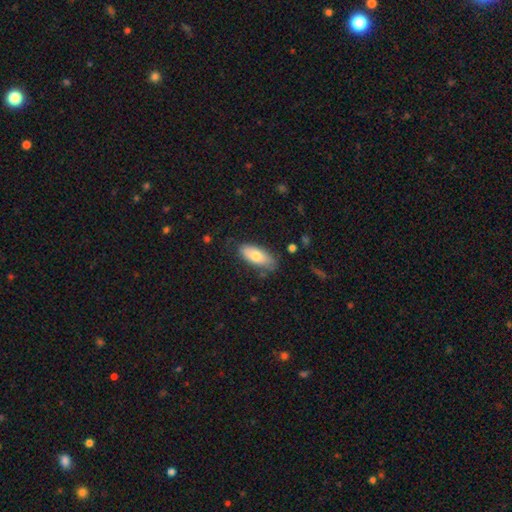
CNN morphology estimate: This appears to be a smooth galaxy with no disk features (75%) that is in between round and cigar-shaped (84%). Merging: none (75%).